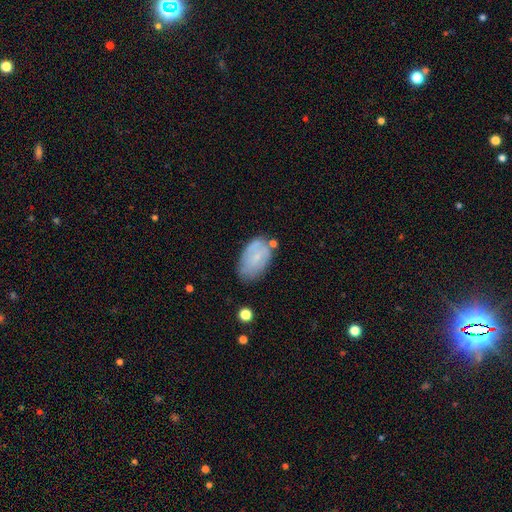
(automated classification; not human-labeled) Overall: smooth (56%; featured or disk 36%). How rounded: in between (91%). Merging: none (58%; minor disturbance 28%).